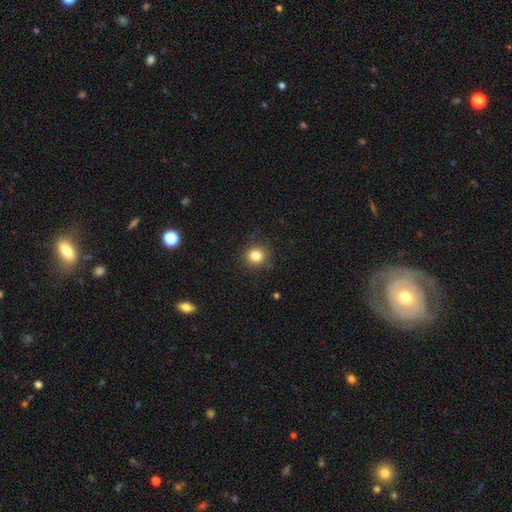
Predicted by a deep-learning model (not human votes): Smooth or featured: smooth — 83% (star or artifact — 11%)
How rounded: round — 89% (in between — 10%)
Merging: none — 87% (minor disturbance — 9%)